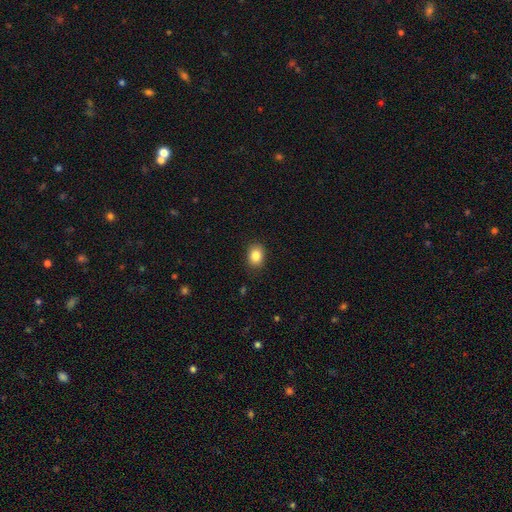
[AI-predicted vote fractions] Smooth or featured: smooth — 86% (star or artifact — 9%)
How rounded: in between — 60% (round — 39%)
Merging: none — 87% (minor disturbance — 10%)